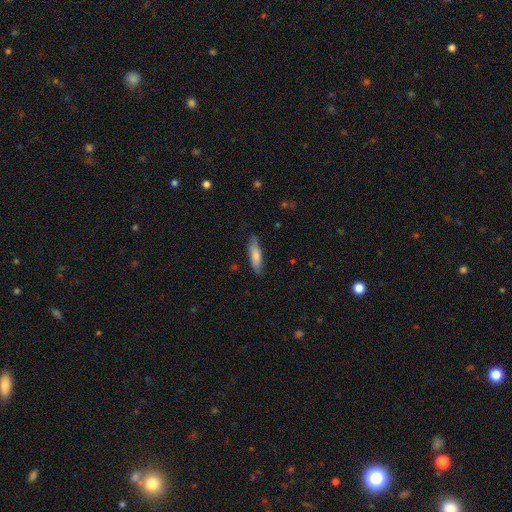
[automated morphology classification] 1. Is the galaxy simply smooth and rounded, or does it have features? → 75% smooth, 19% featured or disk, 6% star or artifact.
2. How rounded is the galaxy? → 65% cigar-shaped, 33% in between, 2% round.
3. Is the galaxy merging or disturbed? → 81% none, 15% minor disturbance, 3% major disturbance, 1% merger.